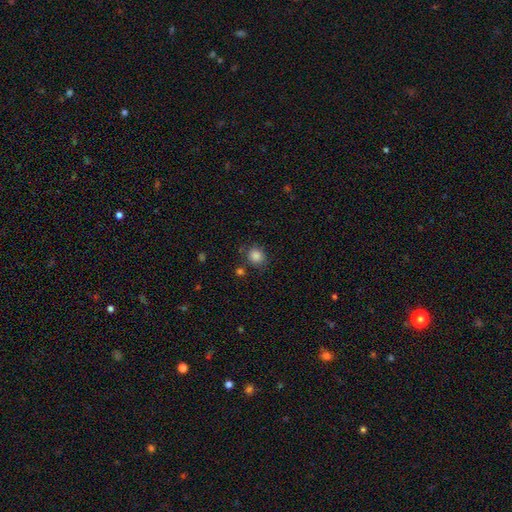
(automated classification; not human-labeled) A smooth galaxy with no disk features (85%) that is round (76%). Merging: none (77%).